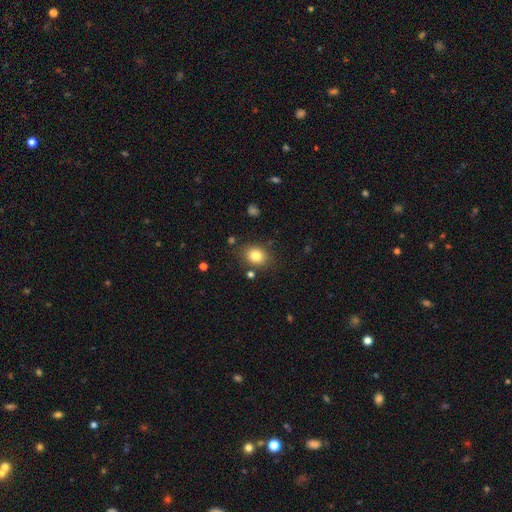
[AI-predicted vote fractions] Overall: smooth (81%). How rounded: round (51%; in between 48%). Merging: none (83%).